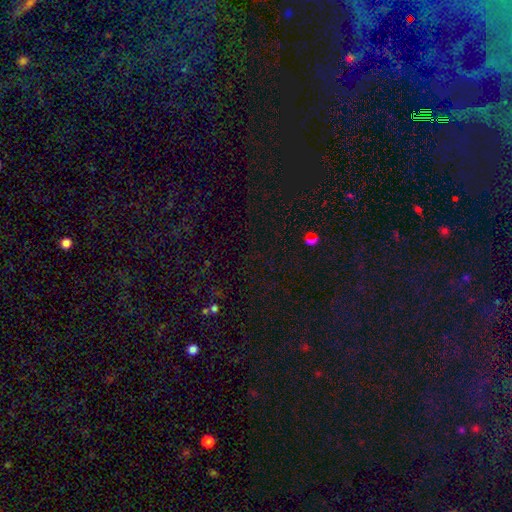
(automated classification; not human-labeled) smooth-or-featured: star or artifact: 65% | smooth: 27% | featured or disk: 8%